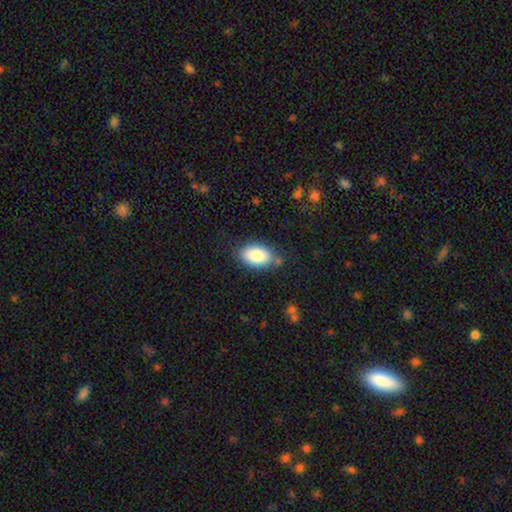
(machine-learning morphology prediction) Smooth or featured? Predicted: smooth (p=0.83). How rounded? Predicted: in between (p=0.92). Merging? Predicted: none (p=0.72).